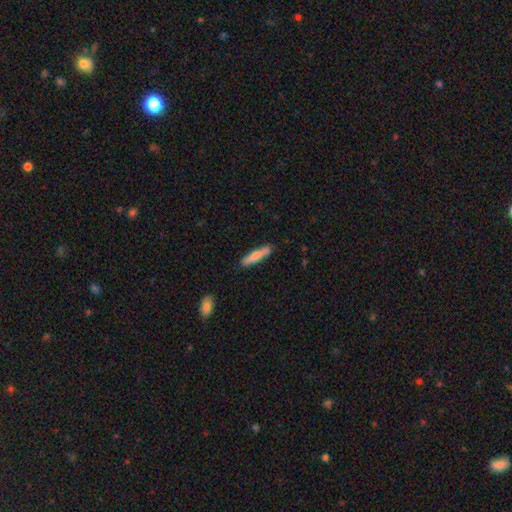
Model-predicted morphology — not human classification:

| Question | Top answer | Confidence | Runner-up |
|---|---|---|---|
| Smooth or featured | smooth | 72% | featured or disk (22%) |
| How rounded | cigar-shaped | 89% | in between (10%) |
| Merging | none | 82% | minor disturbance (12%) |